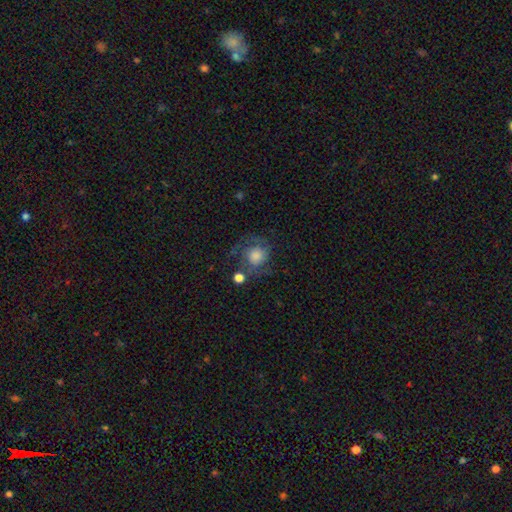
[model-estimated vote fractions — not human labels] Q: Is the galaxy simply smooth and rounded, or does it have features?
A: featured or disk — 50%.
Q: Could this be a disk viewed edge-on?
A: no — 97%.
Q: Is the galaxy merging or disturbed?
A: none — 55%.